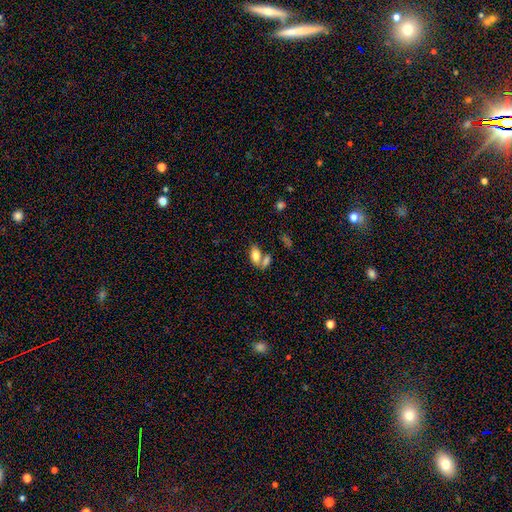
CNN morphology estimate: Smooth or featured? smooth (78%)
How rounded? in between (89%)
Merging? none (45%)